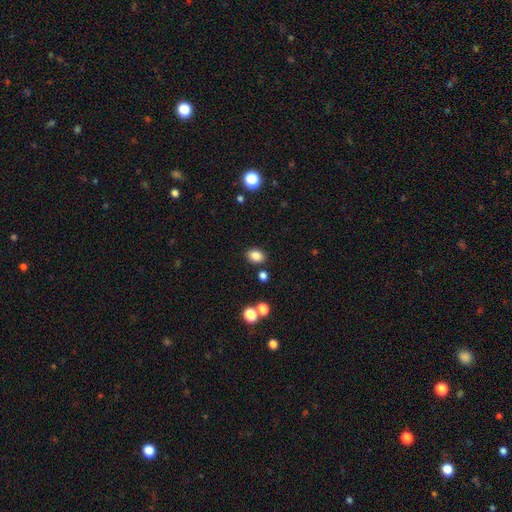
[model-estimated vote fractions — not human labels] Q: Smooth or featured?
A: smooth (84%); runner-up: star or artifact (11%)
Q: How rounded?
A: in between (70%); runner-up: round (29%)
Q: Merging?
A: none (84%); runner-up: minor disturbance (10%)